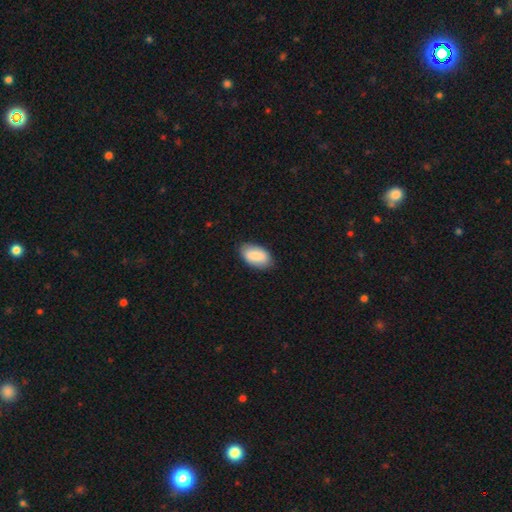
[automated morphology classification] Smooth or featured?
  - smooth: 83% *
  - featured or disk: 11%
  - star or artifact: 6%
How rounded?
  - in between: 94% *
  - round: 4%
  - cigar-shaped: 2%
Merging?
  - none: 82% *
  - minor disturbance: 14%
  - major disturbance: 3%
  - merger: 1%